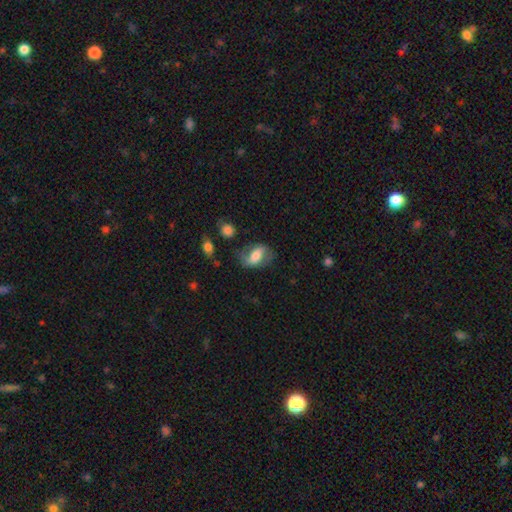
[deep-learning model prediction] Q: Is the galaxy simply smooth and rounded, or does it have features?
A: smooth — 48%.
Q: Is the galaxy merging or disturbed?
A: none — 65%.